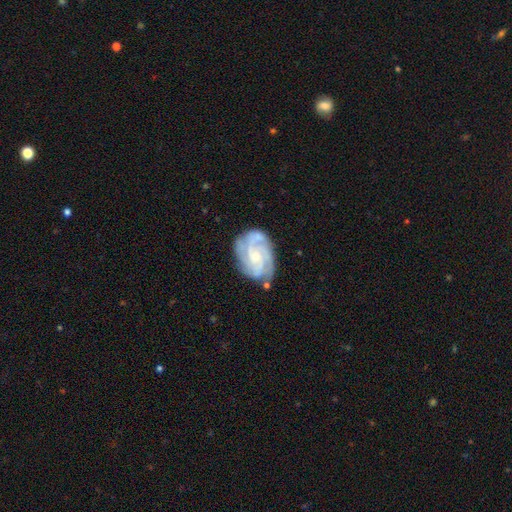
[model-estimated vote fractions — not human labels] Smooth or featured? Predicted: featured or disk (p=0.86). Edge-on disk? Predicted: no (p=0.98). Bar? Predicted: no (p=0.65). Spiral arms? Predicted: yes (p=0.97). Spiral winding? Predicted: tight (p=0.63). Spiral arm count? Predicted: 3 (p=0.35). Bulge size? Predicted: small (p=0.61). Merging? Predicted: none (p=0.73).